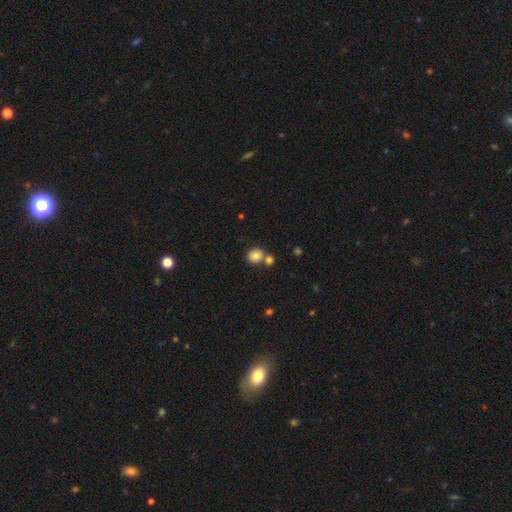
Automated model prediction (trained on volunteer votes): A smooth galaxy with no disk features (83%) that is round (80%).

Vote fractions:
- Smooth or featured? smooth: 83% / star or artifact: 10% / featured or disk: 7%
- How rounded? round: 80% / in between: 19% / cigar-shaped: 1%
- Merging? none: 60% / merger: 28% / minor disturbance: 9% / major disturbance: 3%